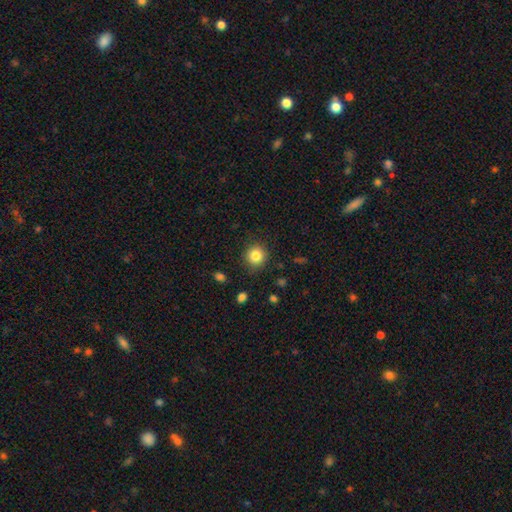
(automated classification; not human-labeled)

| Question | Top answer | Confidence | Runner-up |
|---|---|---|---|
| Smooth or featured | smooth | 83% | star or artifact (10%) |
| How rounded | round | 91% | in between (8%) |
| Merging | none | 87% | minor disturbance (9%) |